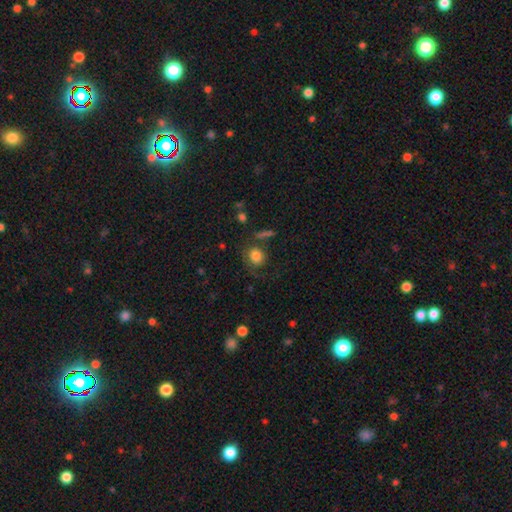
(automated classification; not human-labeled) smooth 79%, featured or disk 11%, star or artifact 10%. Down the decision tree: how rounded — round (67%); merging — none (58%).